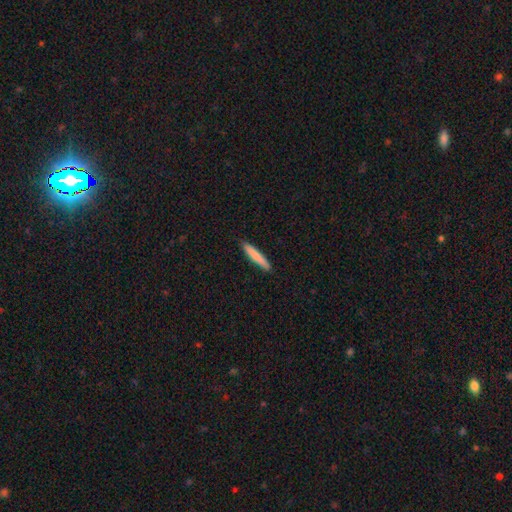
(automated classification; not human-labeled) This appears to be a smooth galaxy with no disk features (80%) that is cigar-shaped (94%). Merging: none (91%).